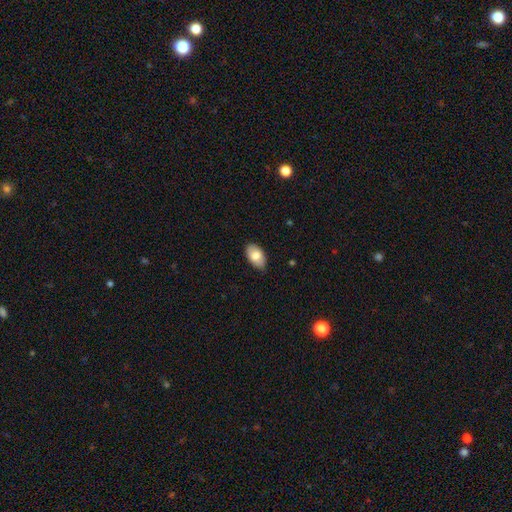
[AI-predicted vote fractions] The model was most divided on "merging": none: 82%, minor disturbance: 15%, major disturbance: 2%, merger: 1%. More confident: how rounded — in between (94%); smooth or featured — smooth (80%).